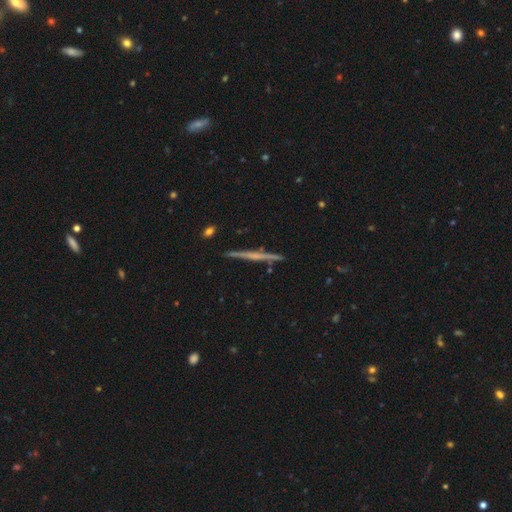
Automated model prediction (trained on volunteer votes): smooth_or_featured: featured or disk (p=0.68) [alt: smooth p=0.26]
disk_edge_on: yes (p=0.98) [alt: no p=0.02]
edge_on_bulge: none (p=0.63) [alt: rounded p=0.27]
merging: none (p=0.91) [alt: minor disturbance p=0.06]